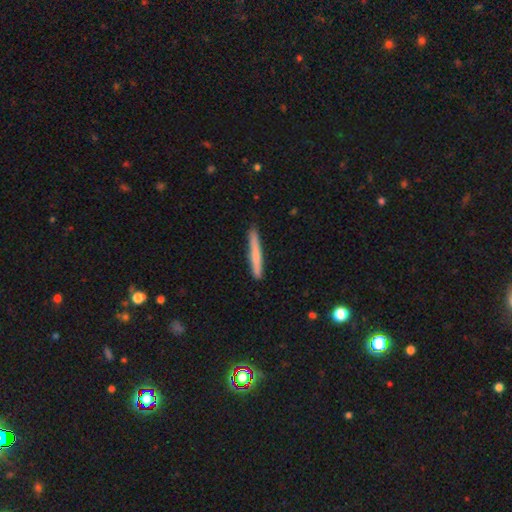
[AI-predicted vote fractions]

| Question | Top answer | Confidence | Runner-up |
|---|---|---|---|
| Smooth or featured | smooth | 69% | featured or disk (26%) |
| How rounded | cigar-shaped | 96% | in between (2%) |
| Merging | none | 88% | minor disturbance (9%) |